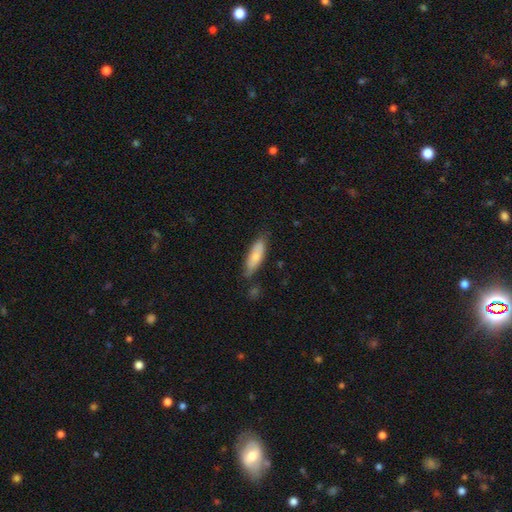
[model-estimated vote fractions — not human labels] The model was most divided on "how rounded": cigar-shaped: 52%, in between: 46%, round: 2%. More confident: smooth or featured — smooth (77%); merging — none (71%).